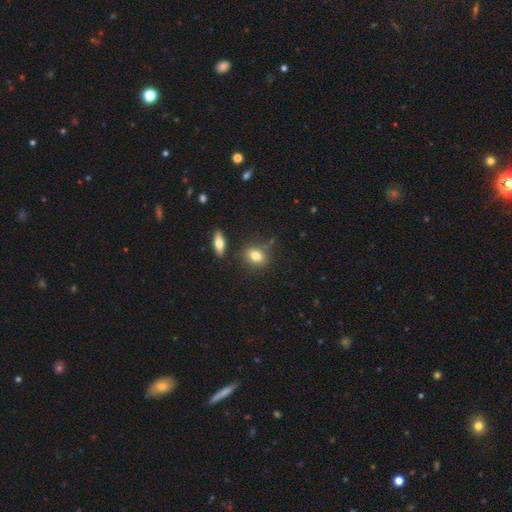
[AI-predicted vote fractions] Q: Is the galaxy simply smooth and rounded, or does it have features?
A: smooth — 79%.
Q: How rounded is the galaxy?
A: in between — 54%.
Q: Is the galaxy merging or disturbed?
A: none — 77%.